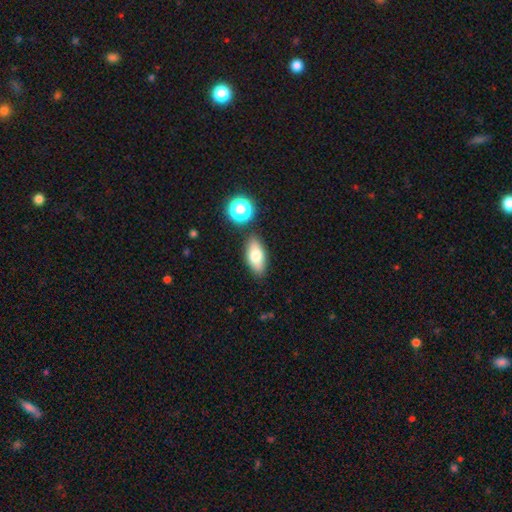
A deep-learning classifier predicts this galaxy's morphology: The model was most divided on "smooth or featured": smooth: 74%, featured or disk: 17%, star or artifact: 9%. More confident: how rounded — in between (85%); merging — none (81%).